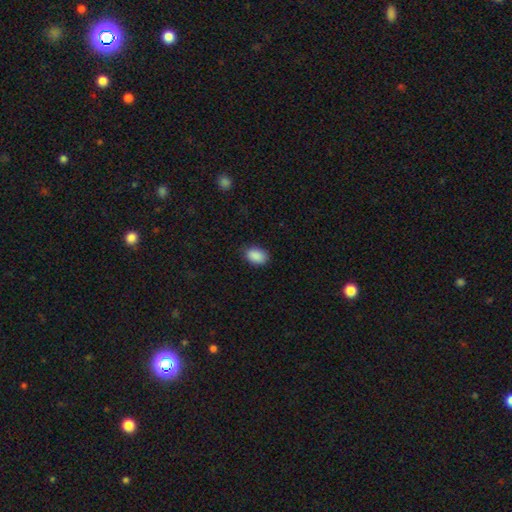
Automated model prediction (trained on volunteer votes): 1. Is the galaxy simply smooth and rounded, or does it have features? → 90% smooth, 7% star or artifact, 3% featured or disk.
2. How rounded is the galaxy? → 86% in between, 13% round, 1% cigar-shaped.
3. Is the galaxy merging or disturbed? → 85% none, 12% minor disturbance, 3% major disturbance, 1% merger.